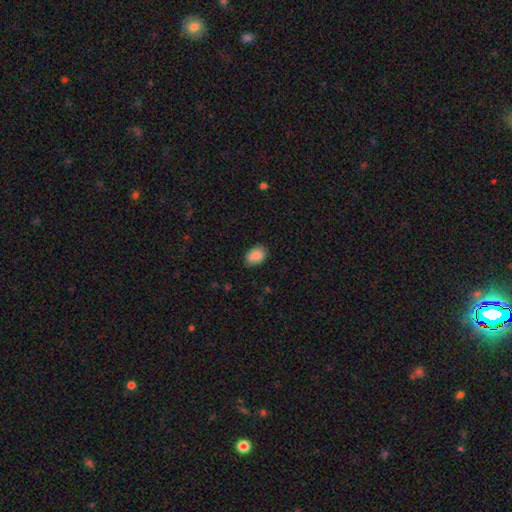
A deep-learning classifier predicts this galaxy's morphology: Smooth or featured? smooth (89%)
How rounded? in between (82%)
Merging? none (84%)